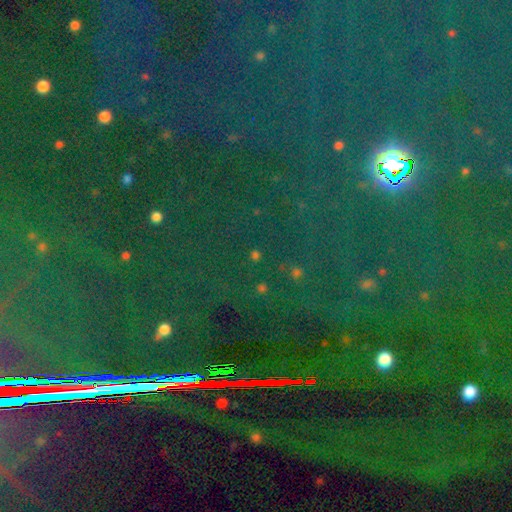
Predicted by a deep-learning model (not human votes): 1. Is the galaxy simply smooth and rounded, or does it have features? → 86% star or artifact, 8% smooth, 6% featured or disk.